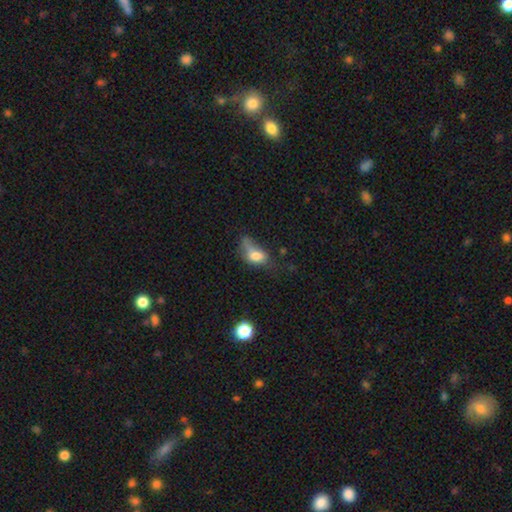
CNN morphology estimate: Smooth or featured: smooth — 70% (featured or disk — 19%)
How rounded: in between — 82% (round — 13%)
Merging: major disturbance — 40% (minor disturbance — 27%)